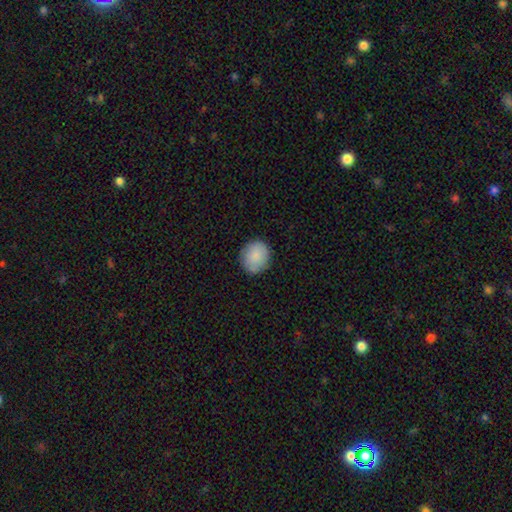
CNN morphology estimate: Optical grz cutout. It shows a smooth galaxy with no disk features (86%) that is round (71%). Merging: none (85%).